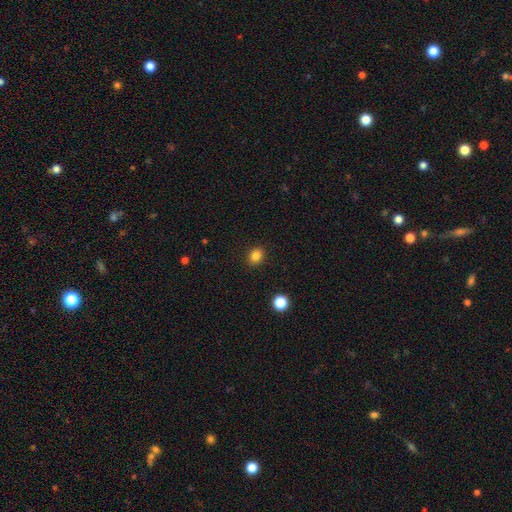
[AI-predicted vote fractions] smooth_or_featured: smooth (p=0.83) [alt: star or artifact p=0.12]
how_rounded: round (p=0.60) [alt: in between p=0.39]
merging: none (p=0.90) [alt: minor disturbance p=0.07]